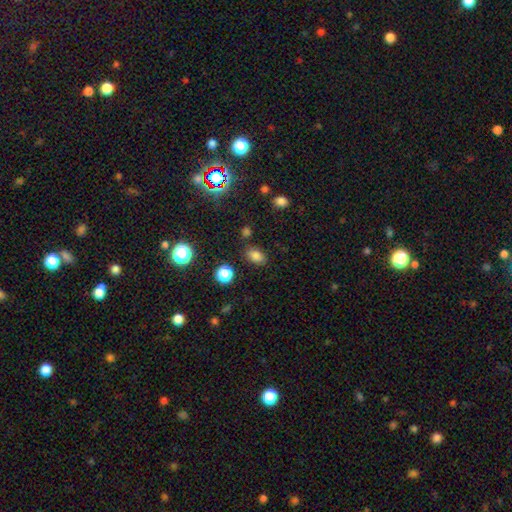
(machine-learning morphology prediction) Smooth or featured?
  - smooth: 77% *
  - star or artifact: 16%
  - featured or disk: 6%
How rounded?
  - in between: 81% *
  - round: 17%
  - cigar-shaped: 2%
Merging?
  - none: 81% *
  - minor disturbance: 11%
  - merger: 5%
  - major disturbance: 3%